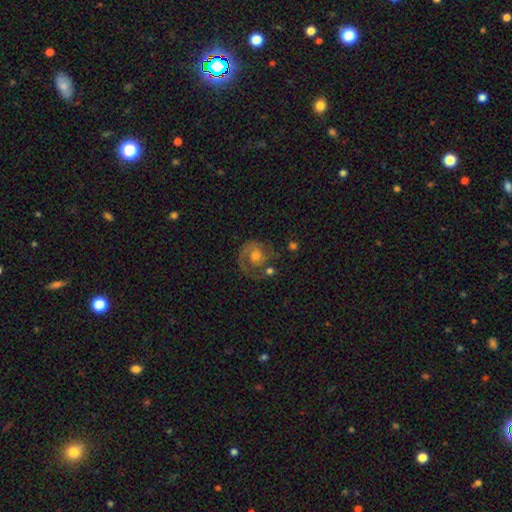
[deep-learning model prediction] smooth-or-featured: featured or disk: 76% | smooth: 16% | star or artifact: 7%
  disk-edge-on: no: 98% | yes: 2%
    bar: no: 71% | weak: 25% | strong: 4%
    has-spiral-arms: yes: 91% | no: 9%
      spiral-winding: tight: 48% | medium: 38% | loose: 14%
      spiral-arm-count: 1: 48% | 2: 38% | can't tell: 9% | 3: 3% | 4: 1% | more than 4: 1%
    bulge-size: moderate: 58% | small: 33% | large: 5% | none: 3% | dominant: 1%
  merging: none: 59% | minor disturbance: 17% | major disturbance: 17% | merger: 7%